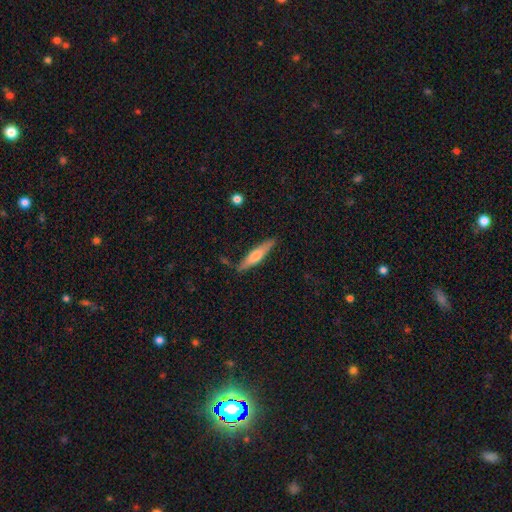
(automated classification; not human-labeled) featured or disk 48%, smooth 46%, star or artifact 6%. Down the decision tree: merging — none (84%).